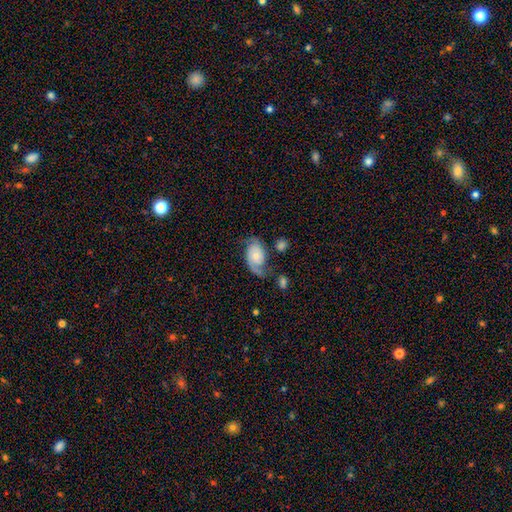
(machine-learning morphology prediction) Q: Smooth or featured?
A: featured or disk (67%); runner-up: smooth (26%)
Q: Edge-on disk?
A: no (96%); runner-up: yes (4%)
Q: Bar?
A: no (74%); runner-up: weak (22%)
Q: Spiral arms?
A: yes (91%); runner-up: no (9%)
Q: Spiral winding?
A: medium (40%); runner-up: loose (33%)
Q: Spiral arm count?
A: 2 (73%); runner-up: 1 (17%)
Q: Bulge size?
A: small (53%); runner-up: moderate (33%)
Q: Merging?
A: none (48%); runner-up: minor disturbance (25%)